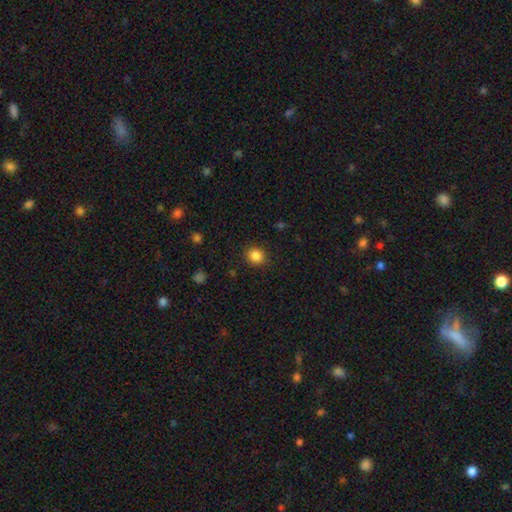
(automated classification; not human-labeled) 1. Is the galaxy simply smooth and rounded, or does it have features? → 86% smooth, 10% star or artifact, 4% featured or disk.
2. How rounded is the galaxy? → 77% round, 22% in between, 1% cigar-shaped.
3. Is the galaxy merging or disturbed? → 89% none, 8% minor disturbance, 3% major disturbance, 1% merger.